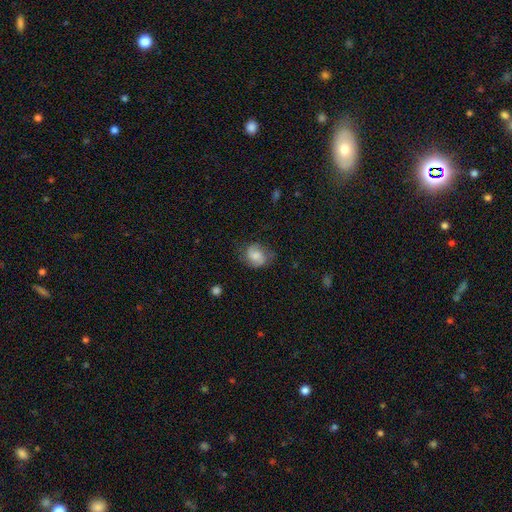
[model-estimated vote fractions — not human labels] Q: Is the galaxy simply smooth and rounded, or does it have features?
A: smooth — 61%.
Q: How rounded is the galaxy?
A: round — 56%.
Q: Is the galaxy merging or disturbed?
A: none — 64%.